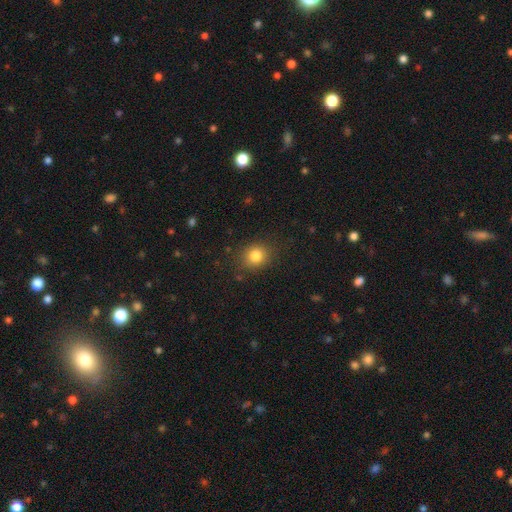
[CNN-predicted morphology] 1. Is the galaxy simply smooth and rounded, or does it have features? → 82% smooth, 12% star or artifact, 7% featured or disk.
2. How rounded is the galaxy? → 72% round, 27% in between, 1% cigar-shaped.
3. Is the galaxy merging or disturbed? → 84% none, 11% minor disturbance, 4% major disturbance, 1% merger.